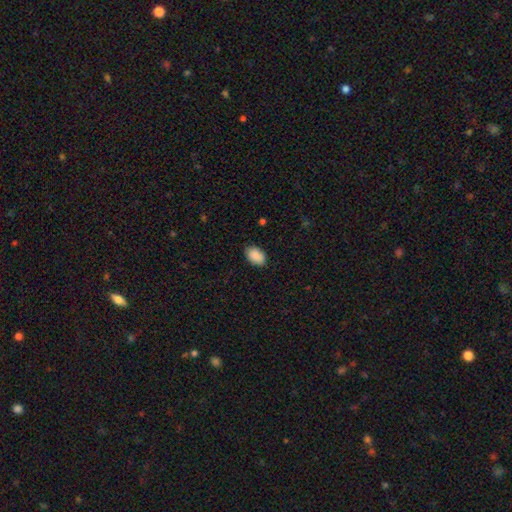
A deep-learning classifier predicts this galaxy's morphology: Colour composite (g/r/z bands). It shows a smooth galaxy with no disk features (90%) that is in between round and cigar-shaped (88%). Merging: none (86%).